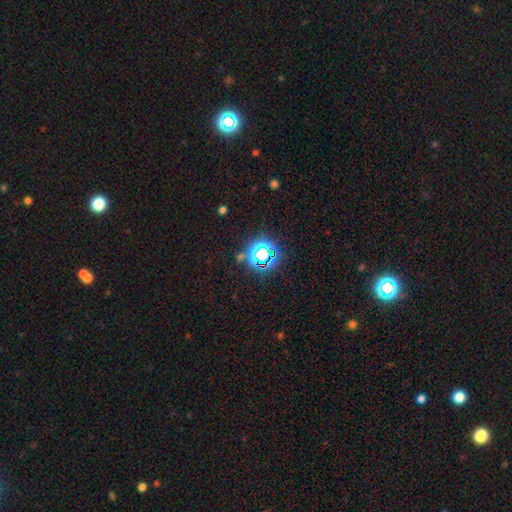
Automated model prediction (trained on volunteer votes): This appears to be a star or artifact, not a galaxy (75%).